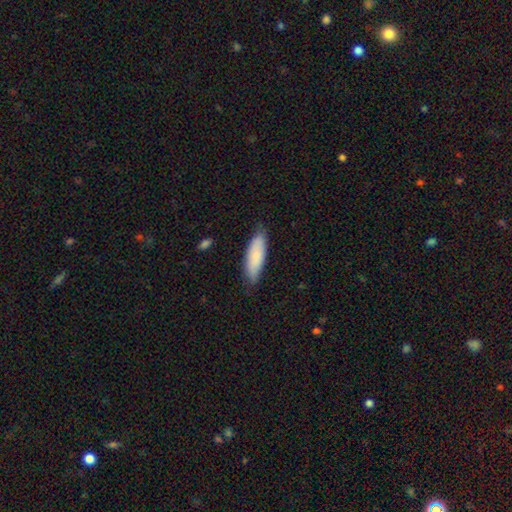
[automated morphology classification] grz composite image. It shows a smooth galaxy with no disk features (83%) that is in between round and cigar-shaped (55%). Merging: none (78%).